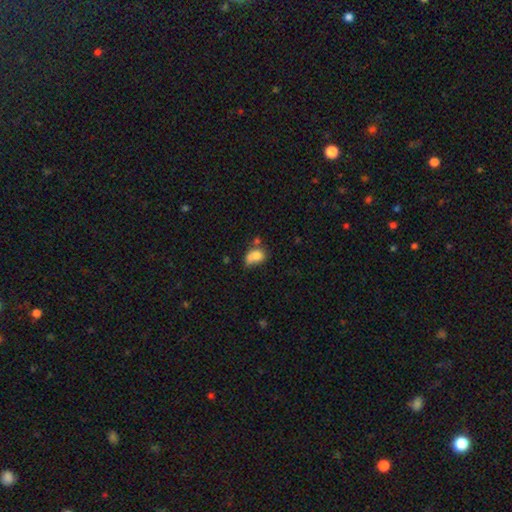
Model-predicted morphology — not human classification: Smooth or featured: smooth — 73% (featured or disk — 17%)
How rounded: in between — 68% (round — 30%)
Merging: none — 30% (minor disturbance — 29%)